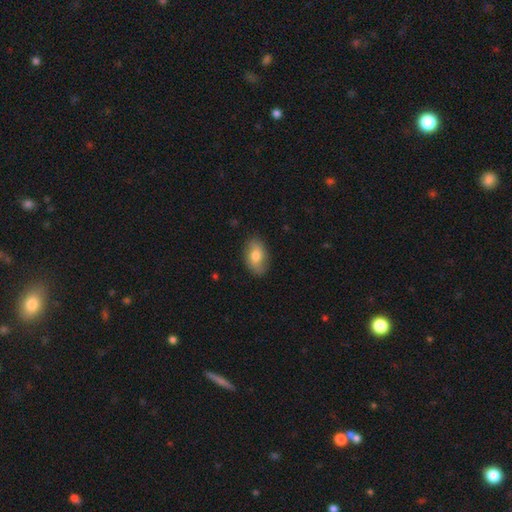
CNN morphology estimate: Overall: smooth (73%). How rounded: in between (89%). Merging: none (82%).